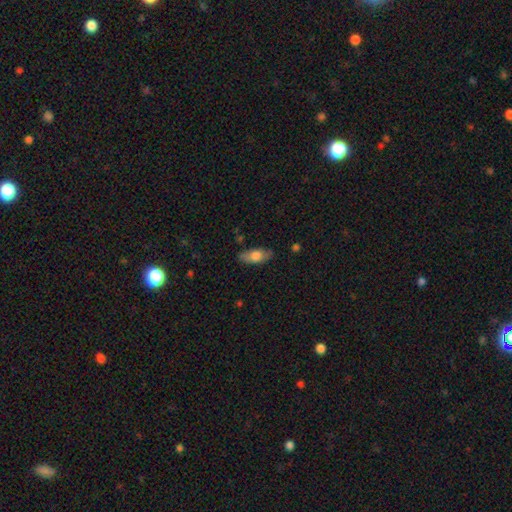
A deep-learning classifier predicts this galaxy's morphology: smooth 72%, featured or disk 22%, star or artifact 6%. Down the decision tree: how rounded — in between (82%); merging — none (81%).